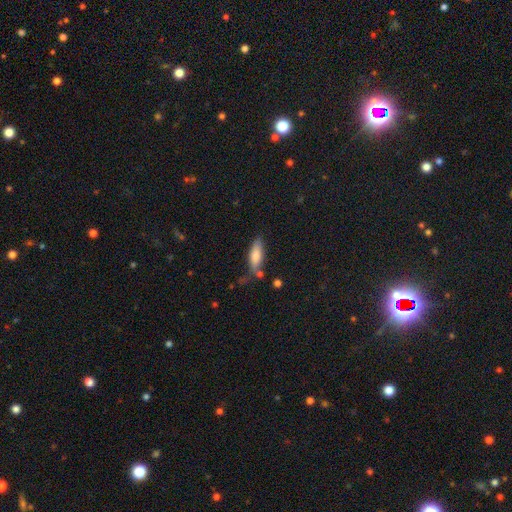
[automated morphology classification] A smooth galaxy with no disk features (77%) that is in between round and cigar-shaped (55%). Merging: none (64%).